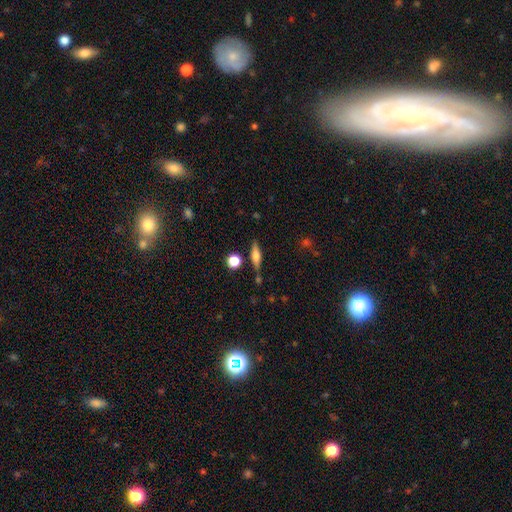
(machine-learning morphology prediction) This appears to be a featured or disk galaxy (48%). Merging: none (77%).